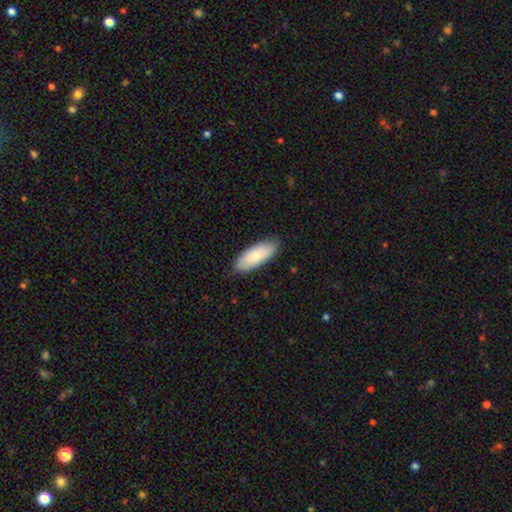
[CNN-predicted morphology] Smooth or featured? Predicted: smooth (p=0.82). How rounded? Predicted: in between (p=0.75). Merging? Predicted: none (p=0.86).